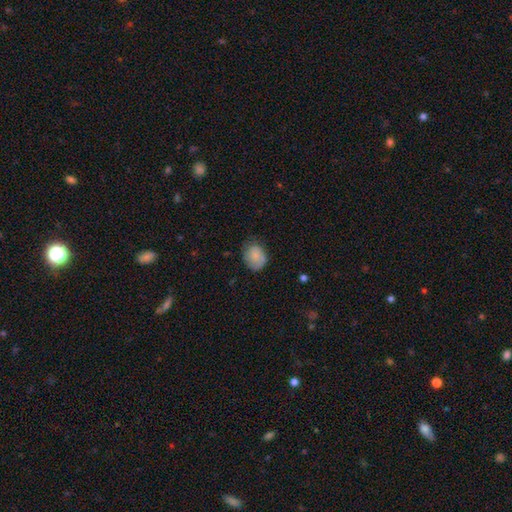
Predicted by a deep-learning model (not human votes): The model was most divided on "how rounded": round: 50%, in between: 49%, cigar-shaped: 1%. More confident: smooth or featured — smooth (77%); merging — none (59%).